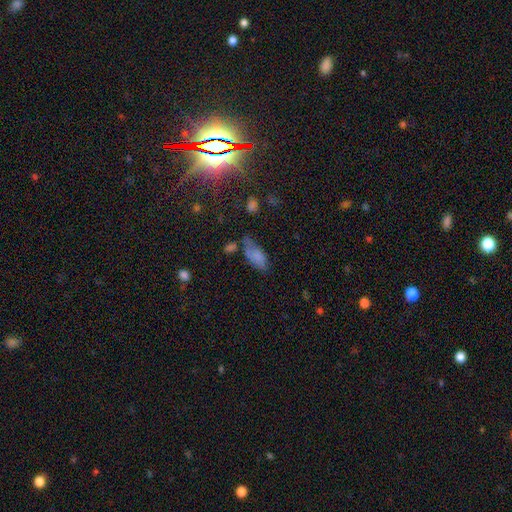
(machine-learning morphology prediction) smooth 75%, featured or disk 14%, star or artifact 11%. Down the decision tree: how rounded — in between (82%); merging — none (42%).